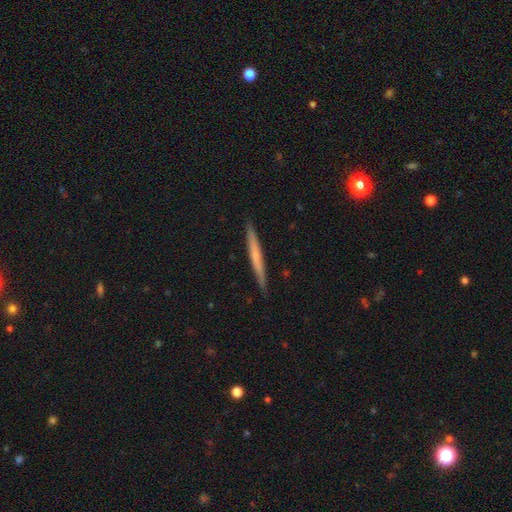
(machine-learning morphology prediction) This appears to be a smooth galaxy with no disk features (47%, tied with featured or disk). Merging: none (90%).